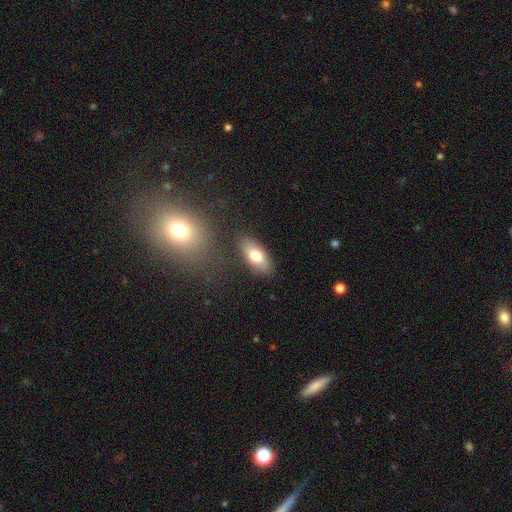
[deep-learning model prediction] This is likely a smooth galaxy (75%). How rounded: clearly in between (87%). Merging: clearly none (83%).